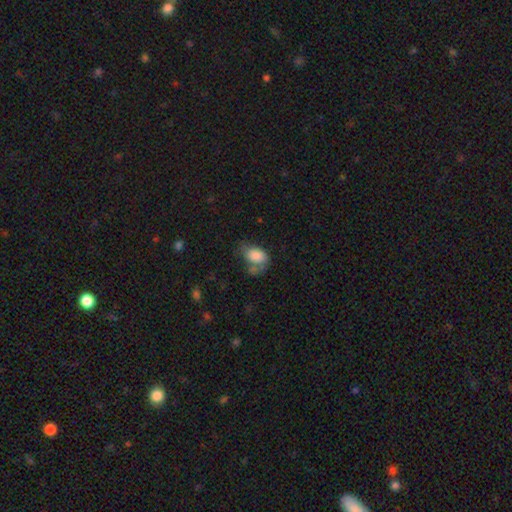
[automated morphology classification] Q: Smooth or featured?
A: smooth (73%); runner-up: featured or disk (18%)
Q: How rounded?
A: in between (81%); runner-up: round (18%)
Q: Merging?
A: none (30%); runner-up: major disturbance (28%)